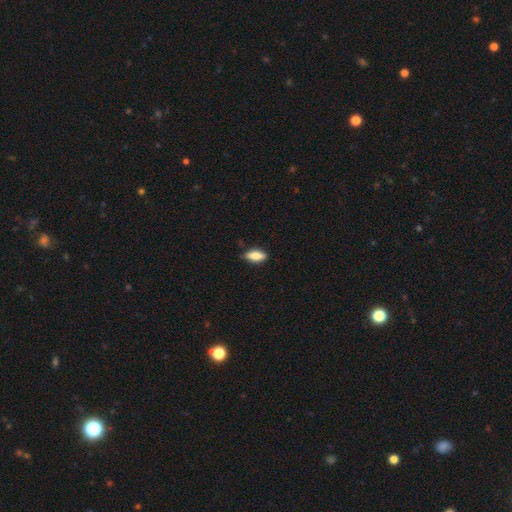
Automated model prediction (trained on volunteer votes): smooth-or-featured: smooth: 73% | featured or disk: 20% | star or artifact: 7%
  how-rounded: in between: 79% | cigar-shaped: 17% | round: 3%
  merging: none: 76% | minor disturbance: 20% | major disturbance: 3% | merger: 1%